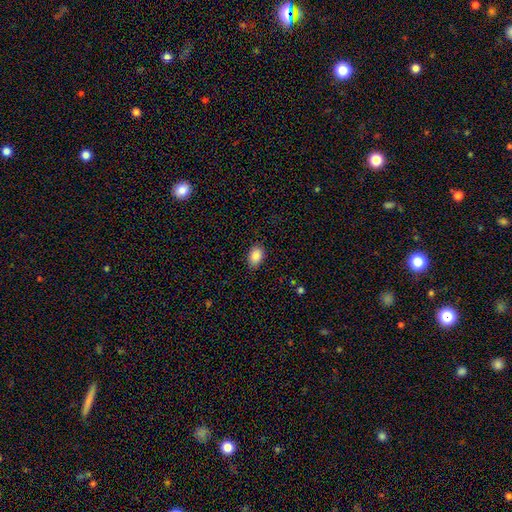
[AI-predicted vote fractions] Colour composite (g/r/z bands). It shows a smooth galaxy with no disk features (87%) that is in between round and cigar-shaped (85%). Merging: none (86%).